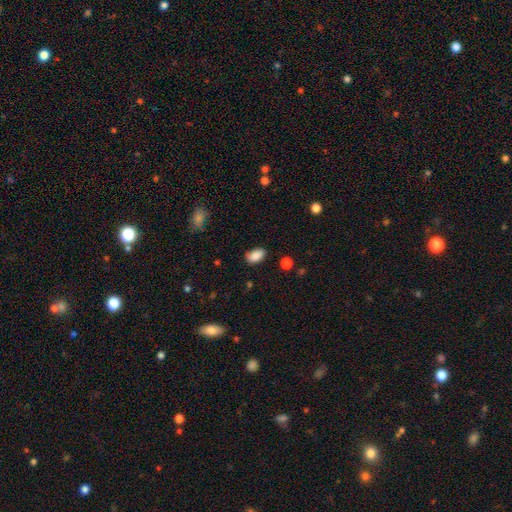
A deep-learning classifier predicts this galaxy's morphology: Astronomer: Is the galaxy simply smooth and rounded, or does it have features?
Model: smooth — 87%.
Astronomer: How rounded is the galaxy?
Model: in between — 90%.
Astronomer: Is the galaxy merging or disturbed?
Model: none — 78%.